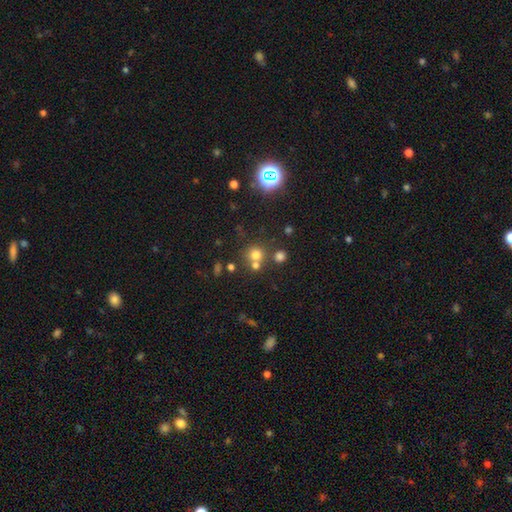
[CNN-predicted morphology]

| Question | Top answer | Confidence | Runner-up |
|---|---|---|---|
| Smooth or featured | smooth | 68% | star or artifact (21%) |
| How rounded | round | 89% | in between (10%) |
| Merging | none | 58% | merger (31%) |